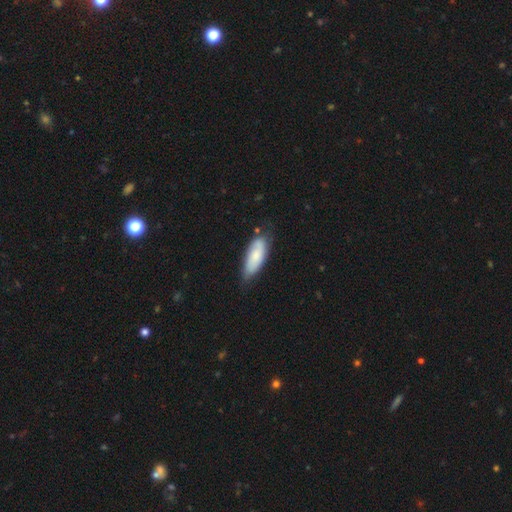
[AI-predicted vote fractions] Smooth or featured?
  - smooth: 72% *
  - featured or disk: 22%
  - star or artifact: 6%
How rounded?
  - in between: 74% *
  - cigar-shaped: 24%
  - round: 2%
Merging?
  - none: 62% *
  - minor disturbance: 29%
  - major disturbance: 6%
  - merger: 3%